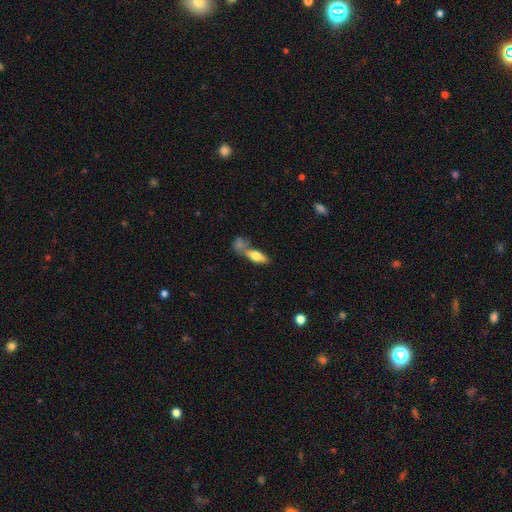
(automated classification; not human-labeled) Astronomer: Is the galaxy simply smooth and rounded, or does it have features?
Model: smooth — 65%.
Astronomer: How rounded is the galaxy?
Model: in between — 62%.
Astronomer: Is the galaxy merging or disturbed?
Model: none — 43% (runner-up: merger, 37%).